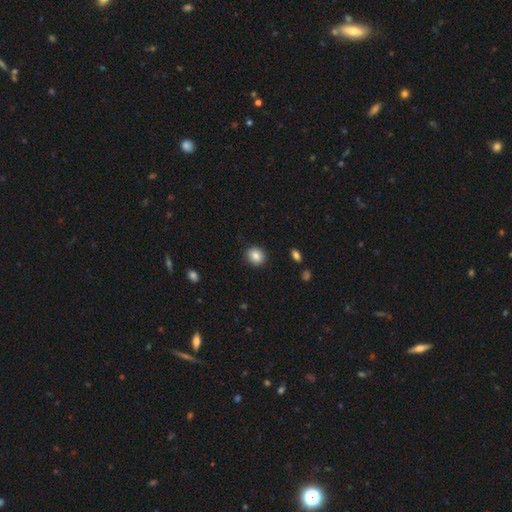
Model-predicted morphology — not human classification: Smooth or featured? smooth (86%)
How rounded? round (79%)
Merging? none (90%)